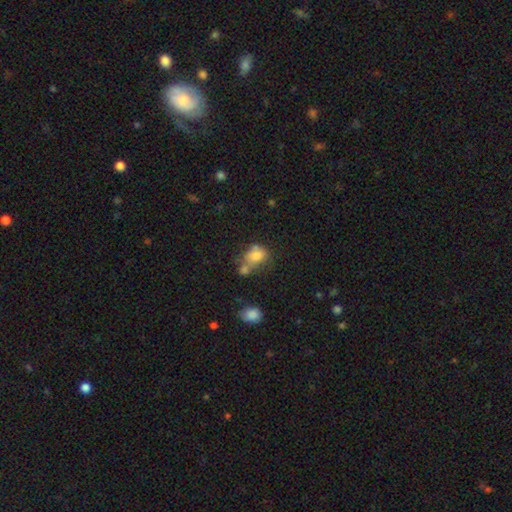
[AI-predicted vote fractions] A smooth galaxy with no disk features (72%) that is in between round and cigar-shaped (66%). Merging: merger (45%).